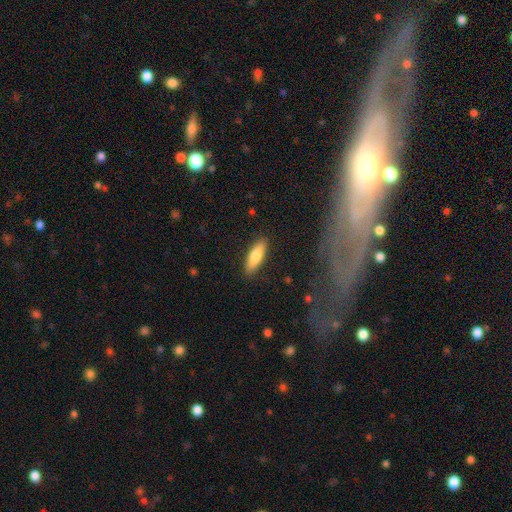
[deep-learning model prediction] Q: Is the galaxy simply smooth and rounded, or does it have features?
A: smooth — 77%.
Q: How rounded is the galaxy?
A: in between — 50%.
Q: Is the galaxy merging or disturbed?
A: none — 88%.